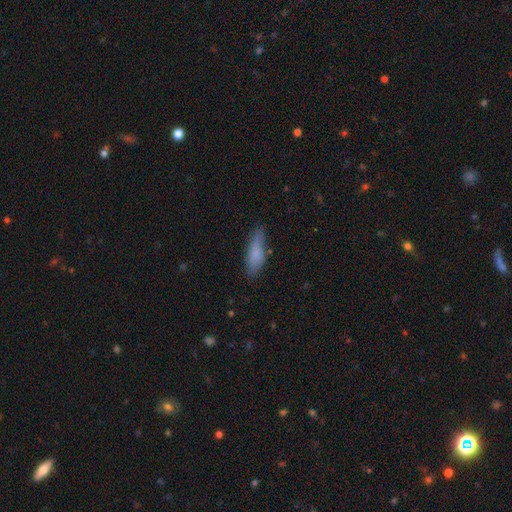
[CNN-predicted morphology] A smooth galaxy with no disk features (78%) that is cigar-shaped (53%).

Vote fractions:
- Smooth or featured? smooth: 78% / featured or disk: 15% / star or artifact: 7%
- How rounded? cigar-shaped: 53% / in between: 45% / round: 2%
- Merging? none: 65% / minor disturbance: 26% / major disturbance: 6% / merger: 3%